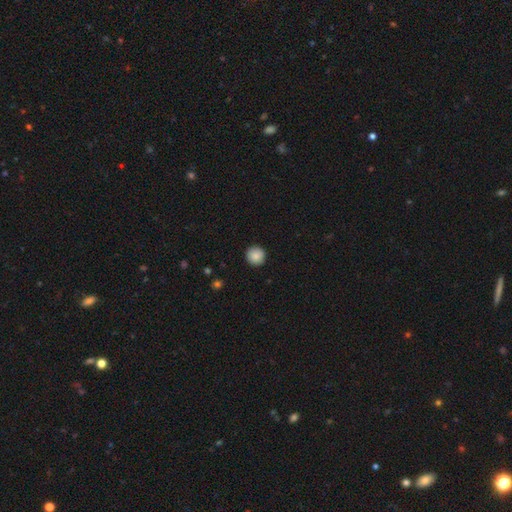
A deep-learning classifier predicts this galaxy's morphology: Smooth or featured? Predicted: smooth (p=0.88). How rounded? Predicted: round (p=0.95). Merging? Predicted: none (p=0.92).